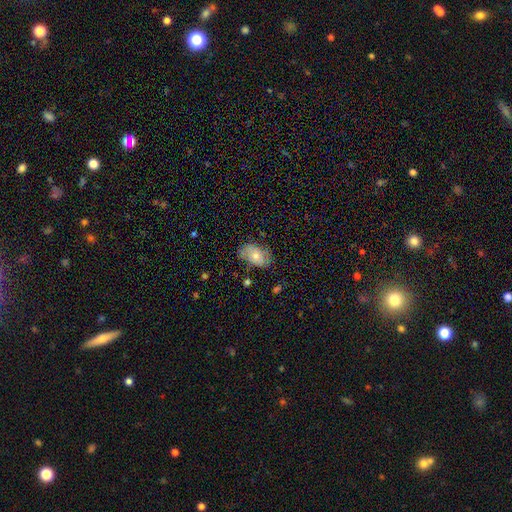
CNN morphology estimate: smooth_or_featured: smooth (p=0.48) [alt: featured or disk p=0.43]
merging: none (p=0.69) [alt: minor disturbance p=0.23]